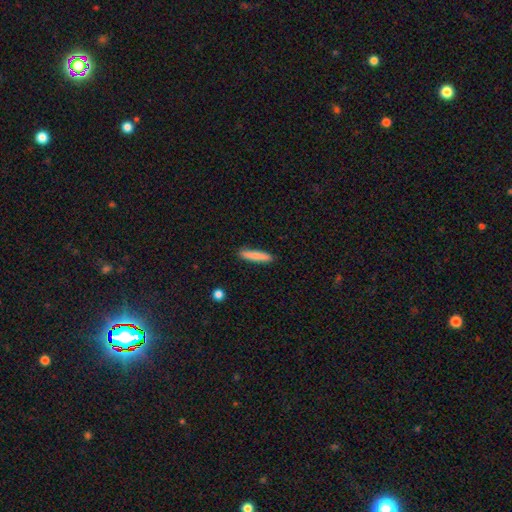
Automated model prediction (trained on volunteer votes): Smooth or featured? Predicted: smooth (p=0.83). How rounded? Predicted: cigar-shaped (p=0.89). Merging? Predicted: none (p=0.89).